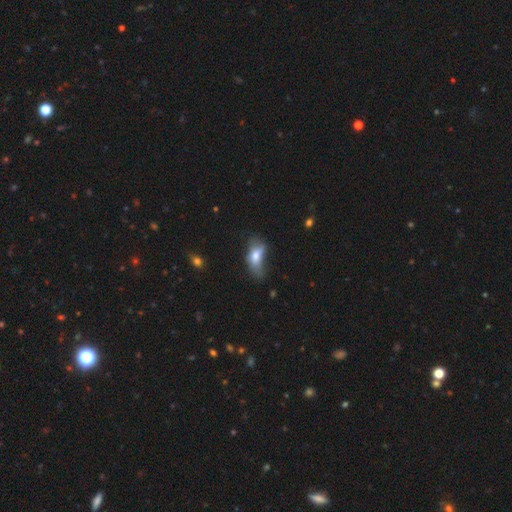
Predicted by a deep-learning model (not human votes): This is likely a smooth galaxy (65%). How rounded: clearly in between (85%). Merging: marginally major disturbance (33%, tied with minor disturbance).